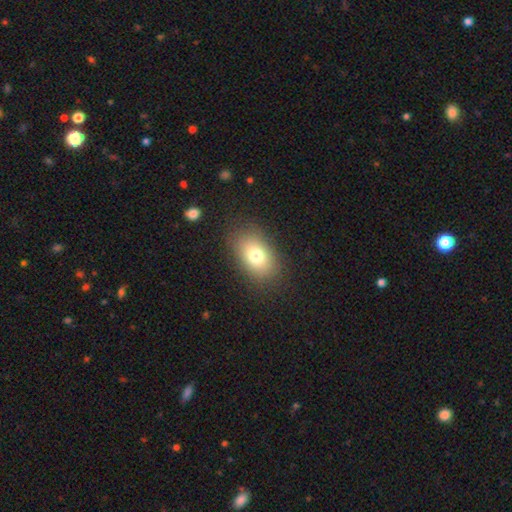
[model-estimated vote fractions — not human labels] Smooth or featured: smooth — 76% (featured or disk — 13%)
How rounded: in between — 83% (round — 16%)
Merging: none — 83% (minor disturbance — 11%)